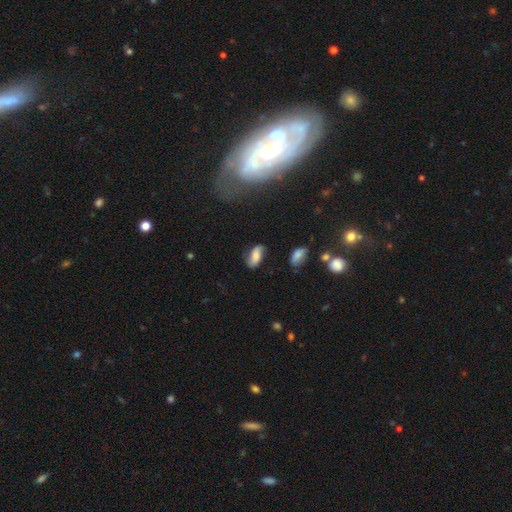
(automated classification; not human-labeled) The model was most divided on "smooth or featured": smooth: 49%, featured or disk: 41%, star or artifact: 9%. More confident: merging — none (68%).